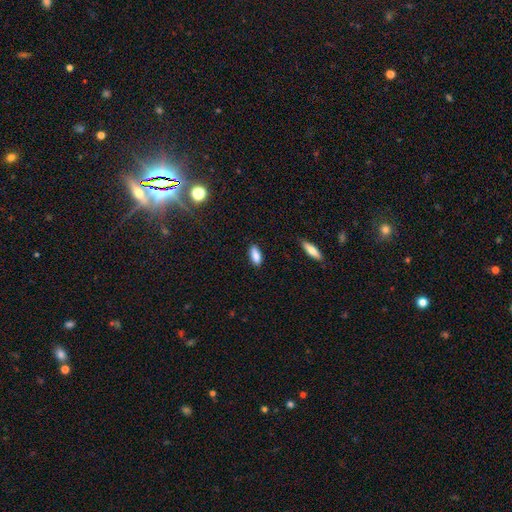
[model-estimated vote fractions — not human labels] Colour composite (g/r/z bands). It shows a smooth galaxy with no disk features (86%) that is in between round and cigar-shaped (78%). Merging: none (85%).